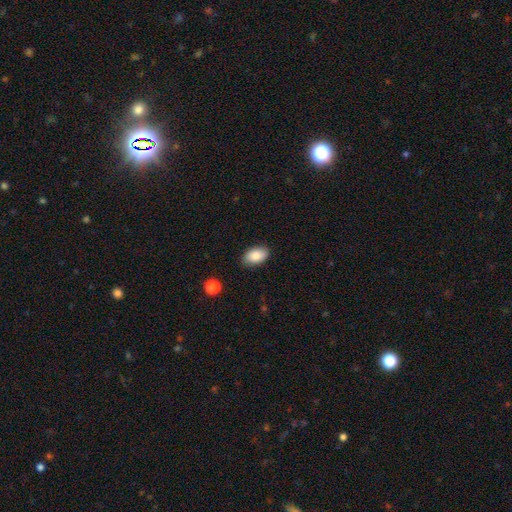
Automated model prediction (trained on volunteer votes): Q: Smooth or featured?
A: smooth (87%); runner-up: star or artifact (7%)
Q: How rounded?
A: in between (91%); runner-up: round (7%)
Q: Merging?
A: none (85%); runner-up: minor disturbance (12%)